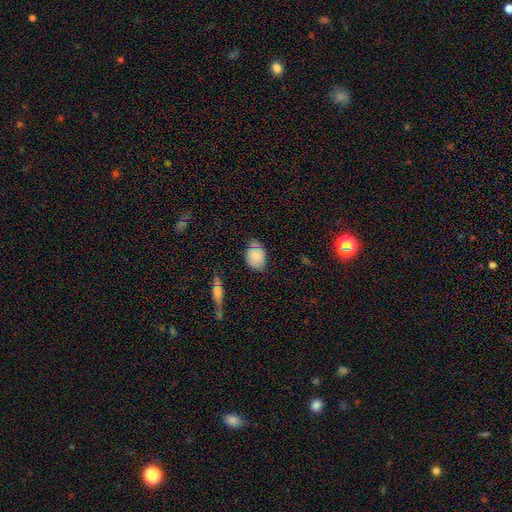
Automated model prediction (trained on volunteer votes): This is likely a smooth galaxy (80%). How rounded: likely in between (67%). Merging: likely none (66%).